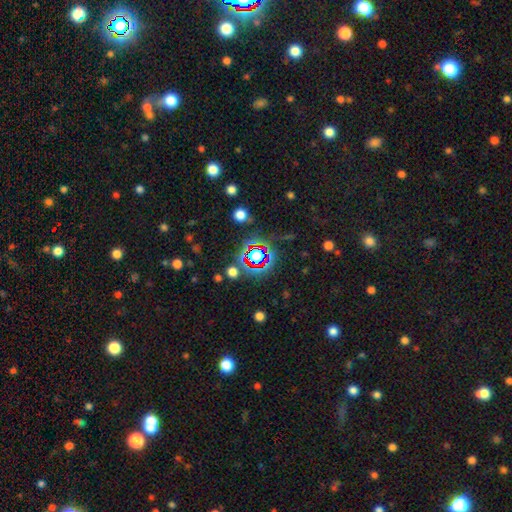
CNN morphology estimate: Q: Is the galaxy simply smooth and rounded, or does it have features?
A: star or artifact — 62%.